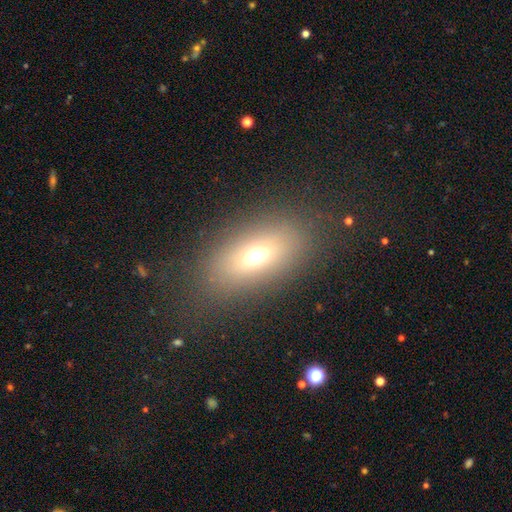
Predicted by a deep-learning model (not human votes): Q: Smooth or featured?
A: smooth (65%); runner-up: featured or disk (20%)
Q: How rounded?
A: in between (80%); runner-up: round (11%)
Q: Merging?
A: none (81%); runner-up: minor disturbance (11%)